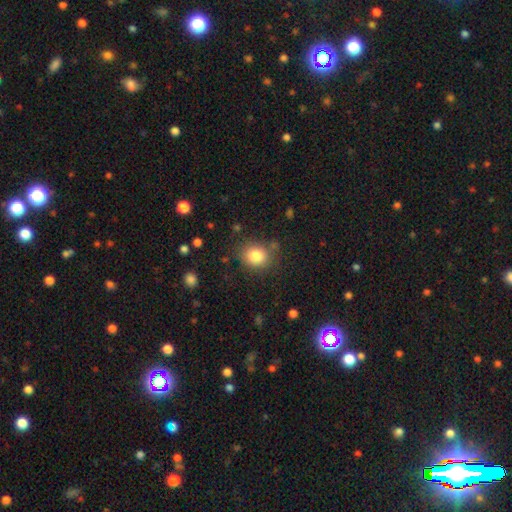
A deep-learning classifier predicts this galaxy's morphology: type=smooth (82%); roundness=round (68%); merging=none (81%).